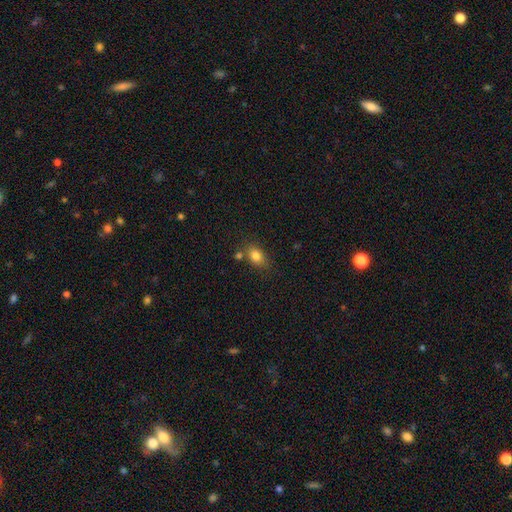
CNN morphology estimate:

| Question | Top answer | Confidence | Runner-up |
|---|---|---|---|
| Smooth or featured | smooth | 82% | star or artifact (10%) |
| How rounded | in between | 74% | round (24%) |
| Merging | none | 68% | minor disturbance (15%) |